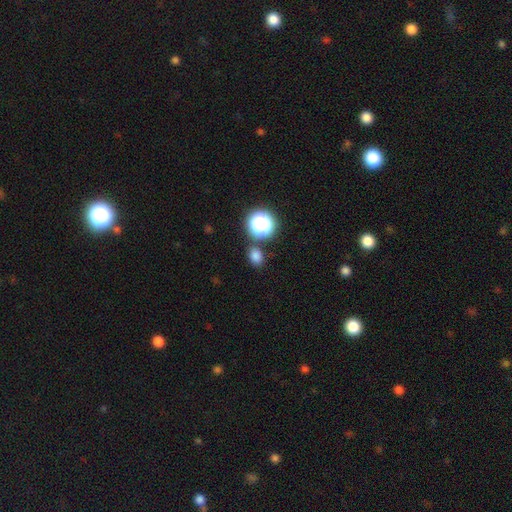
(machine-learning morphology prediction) A smooth galaxy with no disk features (78%) that is round (54%).

Vote fractions:
- Smooth or featured? smooth: 78% / star or artifact: 17% / featured or disk: 5%
- How rounded? round: 54% / in between: 45% / cigar-shaped: 1%
- Merging? none: 78% / minor disturbance: 10% / merger: 8% / major disturbance: 3%